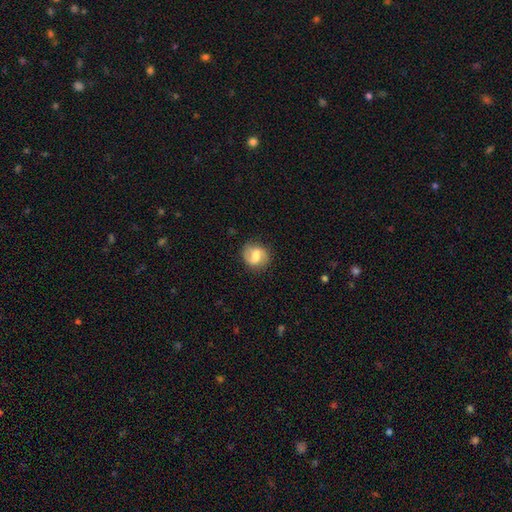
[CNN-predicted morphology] featured or disk 53%, smooth 39%, star or artifact 8%. Down the decision tree: edge-on disk — no (97%); bar — weak (49%); spiral arms — yes (82%); bulge size — moderate (44%); merging — none (79%).